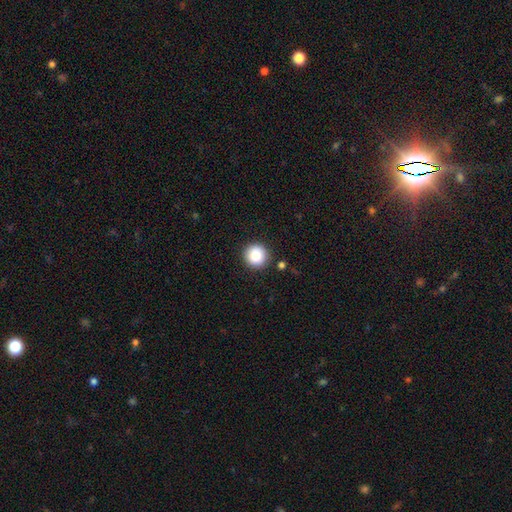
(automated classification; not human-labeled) Morphology: type=smooth (84%); roundness=round (95%); merging=none (90%).